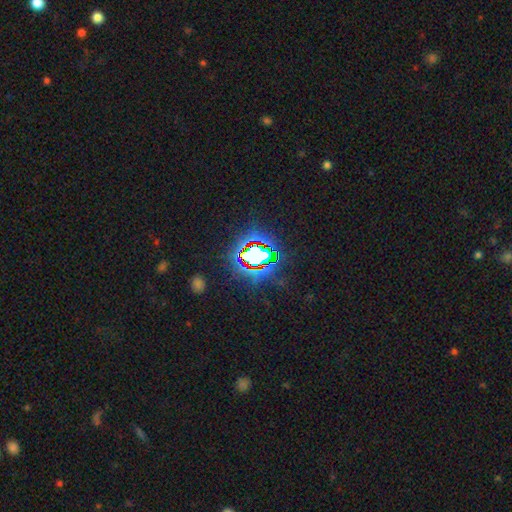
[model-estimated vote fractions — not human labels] This appears to be a star or artifact, not a galaxy (76%).